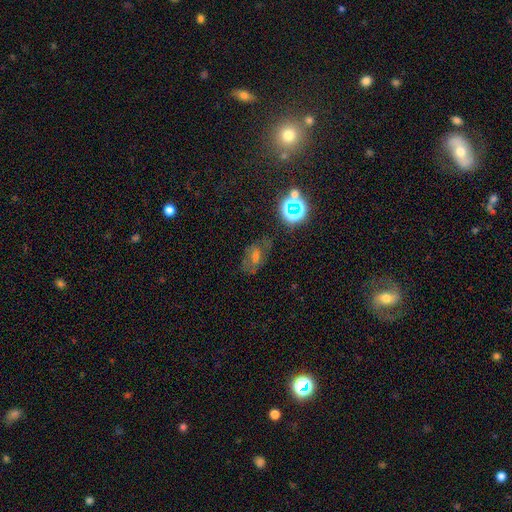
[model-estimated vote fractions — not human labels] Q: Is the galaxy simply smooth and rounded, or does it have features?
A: smooth — 39%.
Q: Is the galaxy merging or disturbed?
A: none — 65%.